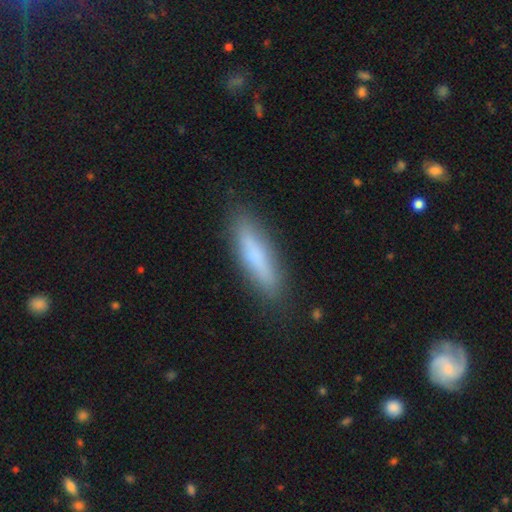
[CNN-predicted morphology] This appears to be a smooth galaxy with no disk features (72%) that is cigar-shaped (78%). Merging: none (85%).